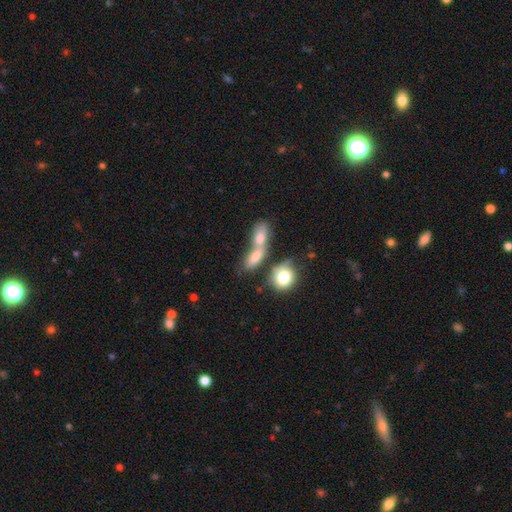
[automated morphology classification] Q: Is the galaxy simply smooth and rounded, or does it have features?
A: smooth — 68%.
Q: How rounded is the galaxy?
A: in between — 66%.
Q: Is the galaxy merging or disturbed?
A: merger — 56%.